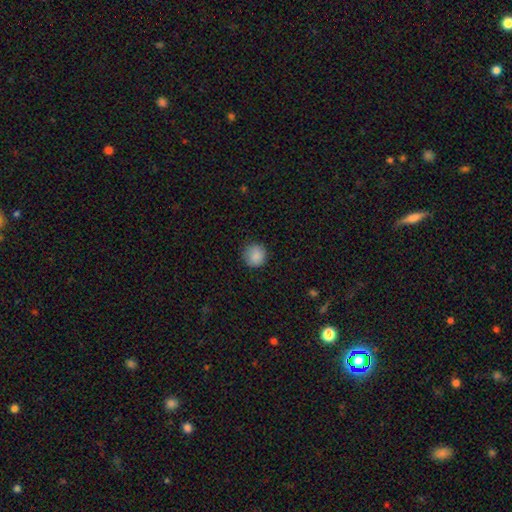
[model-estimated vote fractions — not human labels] Overall: smooth (88%). How rounded: round (93%). Merging: none (88%).